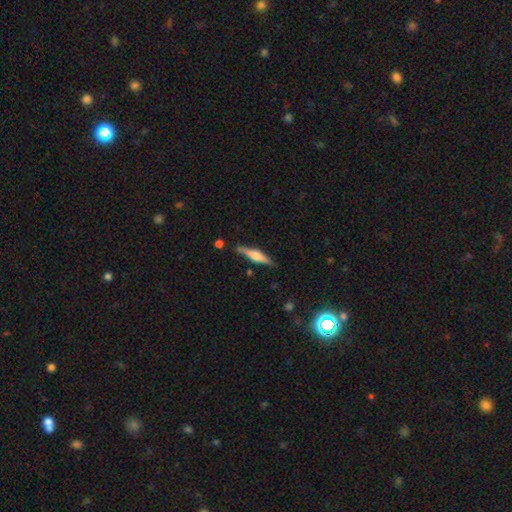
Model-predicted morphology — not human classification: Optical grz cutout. It shows a featured or disk galaxy (62%) viewed edge-on (97%) with a rounded central bulge (79%). Merging: none (83%).